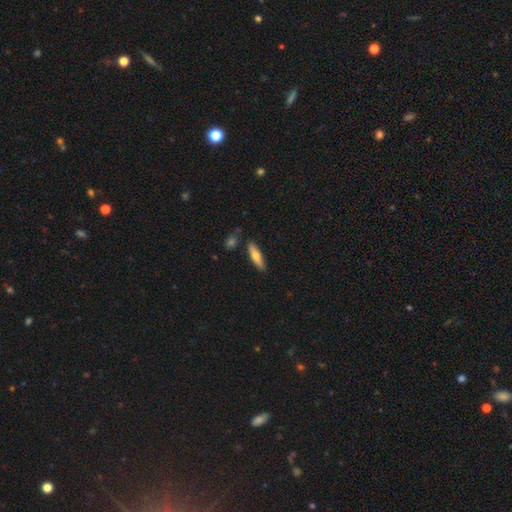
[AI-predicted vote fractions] Q: Smooth or featured?
A: smooth (65%); runner-up: featured or disk (29%)
Q: How rounded?
A: cigar-shaped (65%); runner-up: in between (33%)
Q: Merging?
A: none (82%); runner-up: minor disturbance (12%)